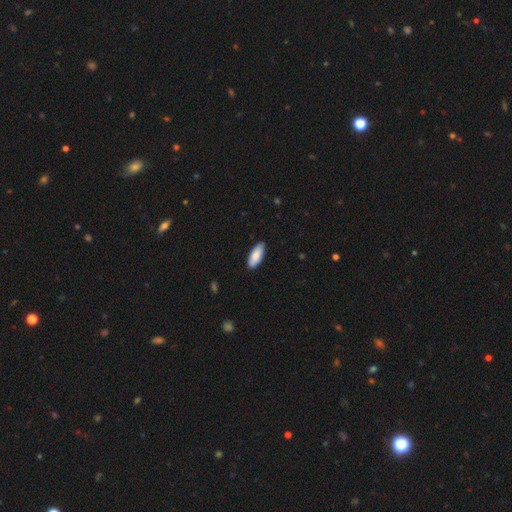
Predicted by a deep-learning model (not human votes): smooth 87%, featured or disk 7%, star or artifact 5%. Down the decision tree: how rounded — in between (78%); merging — none (88%).